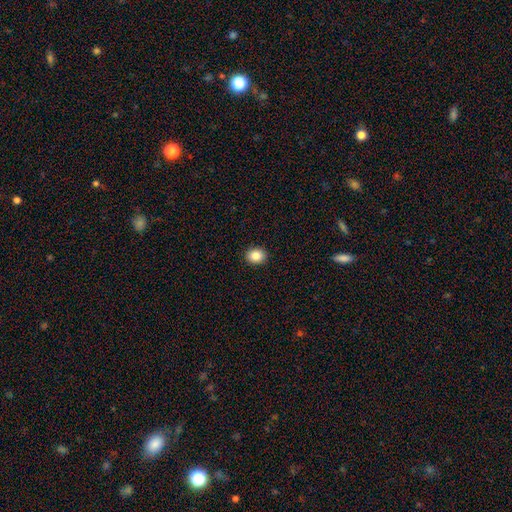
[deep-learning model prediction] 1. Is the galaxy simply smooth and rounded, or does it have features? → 86% smooth, 9% star or artifact, 5% featured or disk.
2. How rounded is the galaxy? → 64% round, 35% in between, 1% cigar-shaped.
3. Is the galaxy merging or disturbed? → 92% none, 6% minor disturbance, 2% major disturbance, 1% merger.